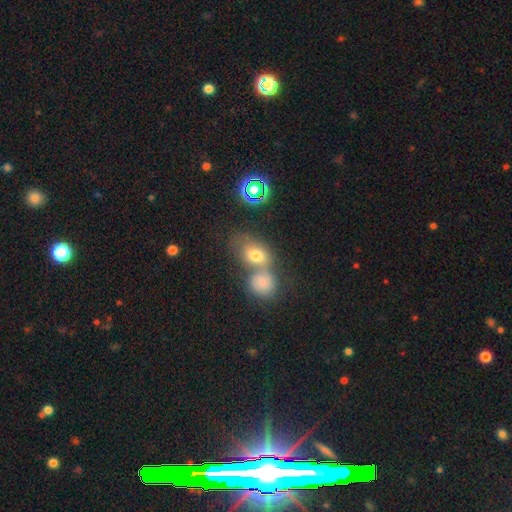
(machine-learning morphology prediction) A smooth galaxy with no disk features (66%) that is in between round and cigar-shaped (64%). Merging: merger (56%).